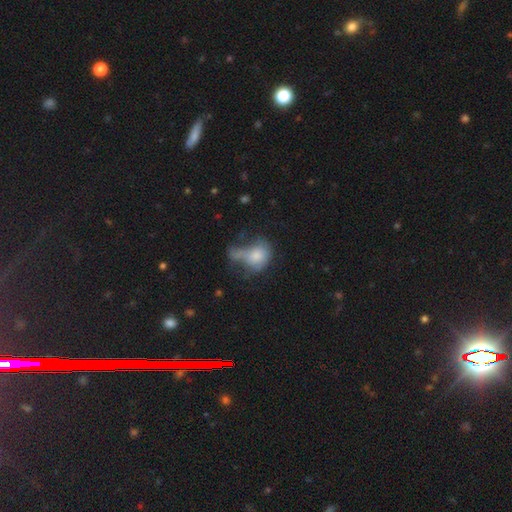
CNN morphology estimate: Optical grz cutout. It shows a smooth galaxy with no disk features (68%) that is in between round and cigar-shaped (60%). Merging: major disturbance (35%).